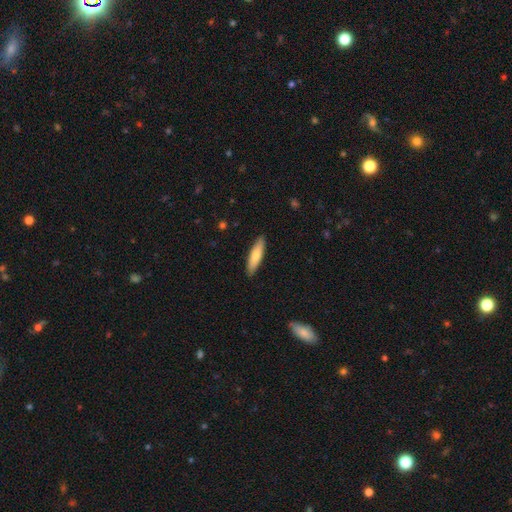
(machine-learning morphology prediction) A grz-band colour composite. It shows a smooth galaxy with no disk features (76%) that is cigar-shaped (71%). Merging: none (90%).